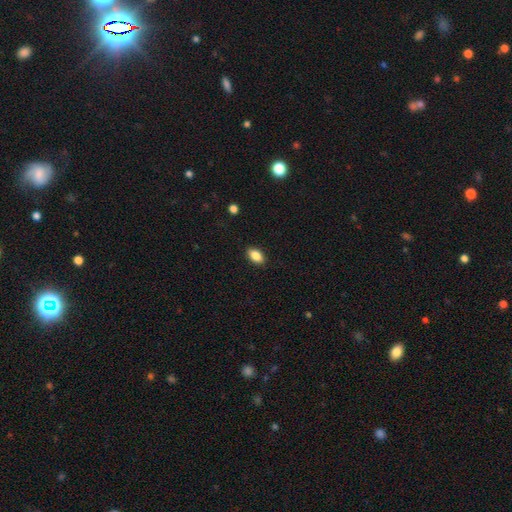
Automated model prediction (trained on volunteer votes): smooth 86%, star or artifact 8%, featured or disk 6%. Down the decision tree: how rounded — in between (91%); merging — none (89%).